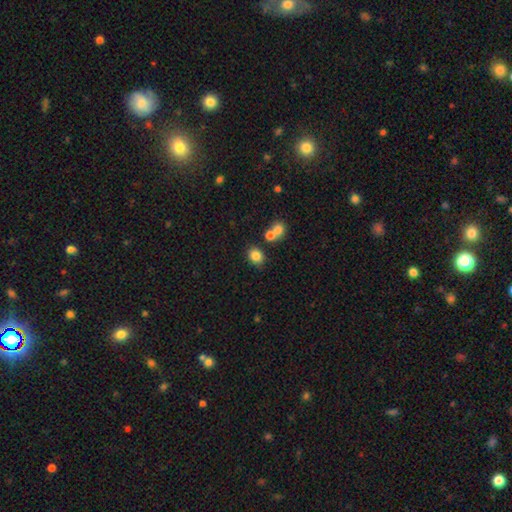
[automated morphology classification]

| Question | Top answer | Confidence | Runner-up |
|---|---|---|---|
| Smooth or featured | smooth | 83% | star or artifact (11%) |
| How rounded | round | 61% | in between (38%) |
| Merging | none | 74% | merger (12%) |